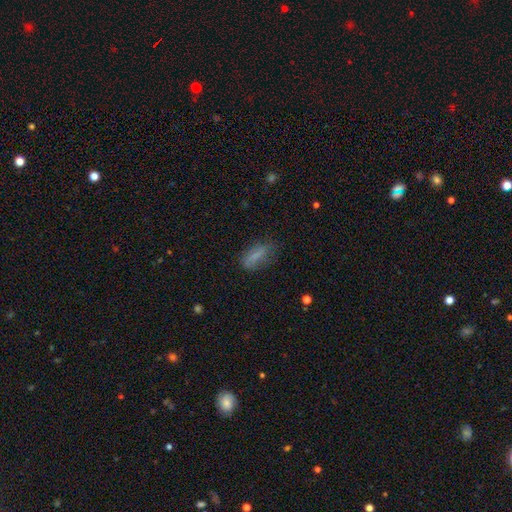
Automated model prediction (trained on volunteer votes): Overall: smooth (74%). How rounded: in between (63%; cigar-shaped 34%). Merging: none (64%; minor disturbance 24%).